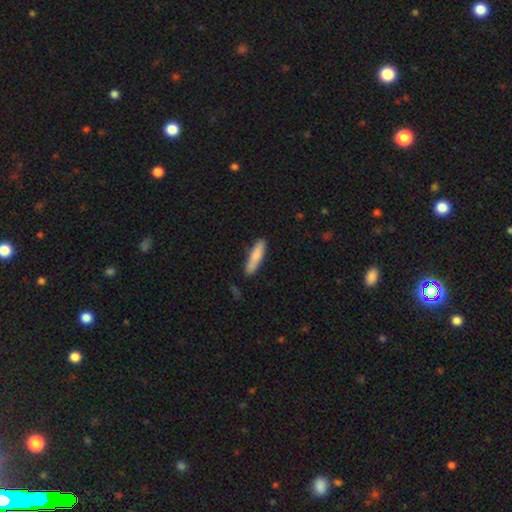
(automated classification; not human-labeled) smooth_or_featured: smooth (p=0.82) [alt: featured or disk p=0.13]
how_rounded: cigar-shaped (p=0.81) [alt: in between p=0.18]
merging: none (p=0.81) [alt: minor disturbance p=0.14]